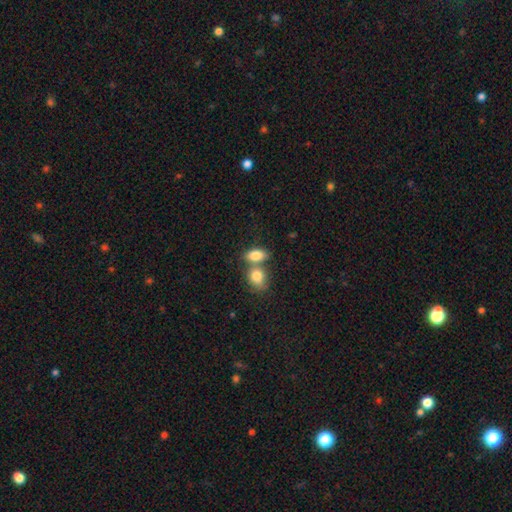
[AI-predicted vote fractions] smooth 83%, featured or disk 10%, star or artifact 8%. Down the decision tree: how rounded — in between (83%); merging — merger (52%).